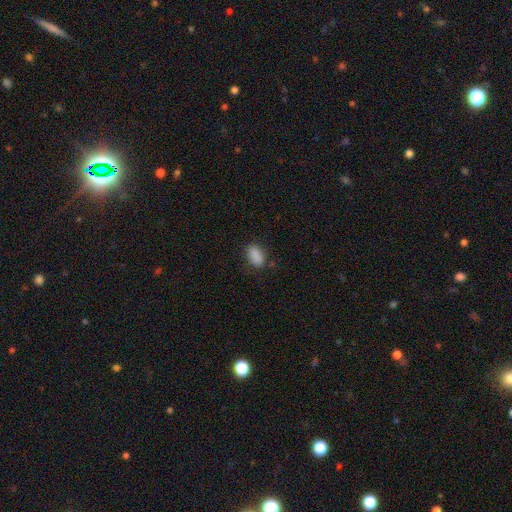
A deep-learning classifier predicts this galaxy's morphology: type=smooth (88%); roundness=in between (90%); merging=none (80%).